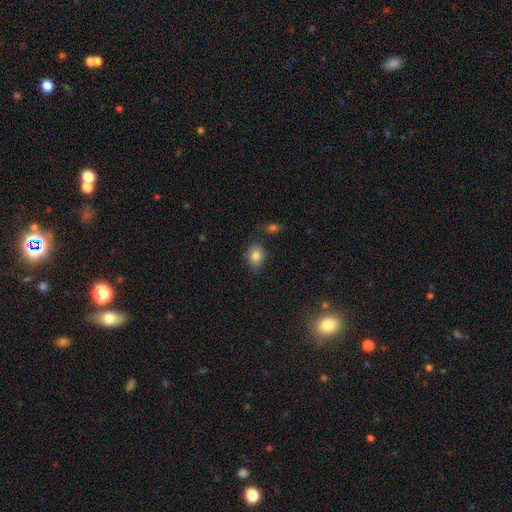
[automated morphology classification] A smooth galaxy with no disk features (83%) that is in between round and cigar-shaped (55%).

Vote fractions:
- Smooth or featured? smooth: 83% / star or artifact: 9% / featured or disk: 8%
- How rounded? in between: 55% / round: 44% / cigar-shaped: 1%
- Merging? none: 77% / minor disturbance: 16% / merger: 4% / major disturbance: 4%